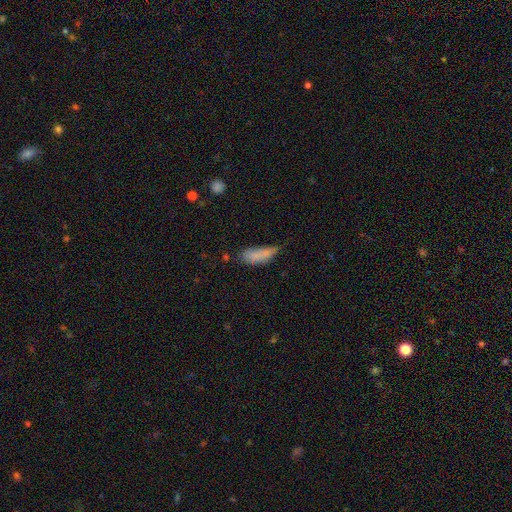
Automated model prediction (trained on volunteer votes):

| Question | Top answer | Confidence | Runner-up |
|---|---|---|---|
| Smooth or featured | smooth | 79% | featured or disk (12%) |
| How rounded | in between | 67% | cigar-shaped (30%) |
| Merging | minor disturbance | 40% | none (38%) |